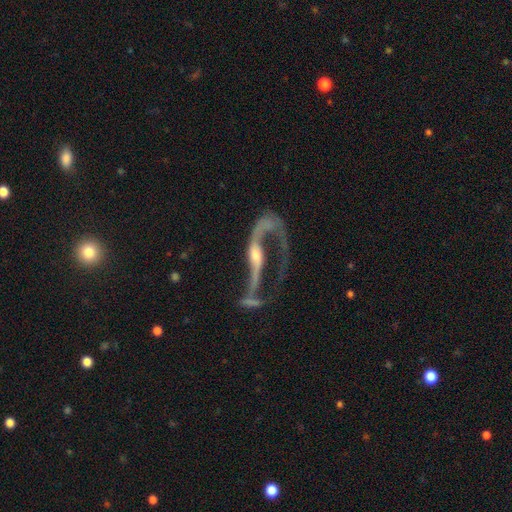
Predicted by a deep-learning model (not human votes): Q: Smooth or featured?
A: featured or disk (85%); runner-up: star or artifact (8%)
Q: Edge-on disk?
A: no (76%); runner-up: yes (24%)
Q: Bar?
A: no (37%); runner-up: strong (36%)
Q: Spiral arms?
A: yes (84%); runner-up: no (16%)
Q: Spiral winding?
A: loose (73%); runner-up: medium (20%)
Q: Spiral arm count?
A: 2 (65%); runner-up: 1 (26%)
Q: Bulge size?
A: small (44%); runner-up: moderate (42%)
Q: Merging?
A: major disturbance (43%); runner-up: none (30%)